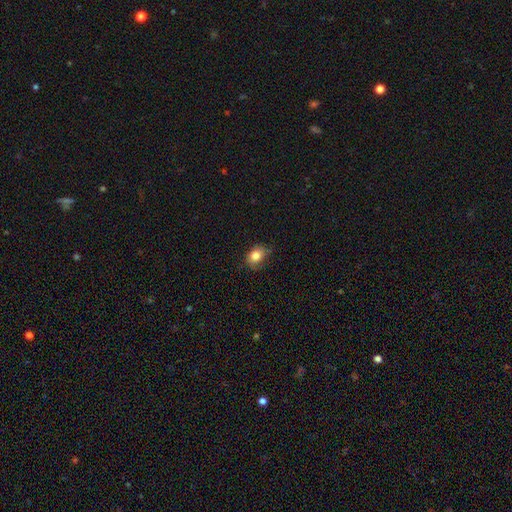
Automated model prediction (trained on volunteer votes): smooth-or-featured: smooth: 82% | featured or disk: 9% | star or artifact: 9%
  how-rounded: in between: 61% | round: 37% | cigar-shaped: 1%
  merging: none: 64% | minor disturbance: 28% | major disturbance: 7% | merger: 1%